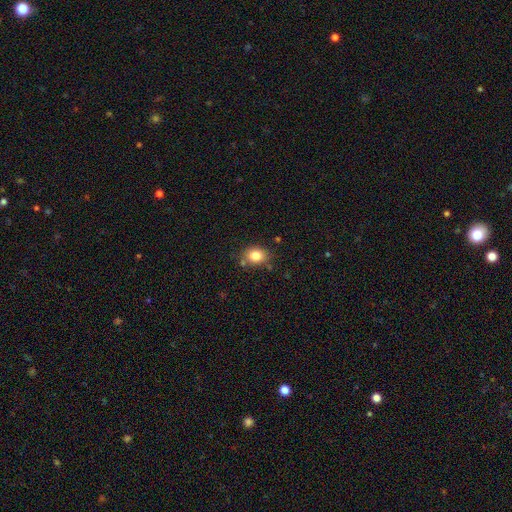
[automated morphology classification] Smooth or featured?
  - smooth: 82% *
  - star or artifact: 10%
  - featured or disk: 8%
How rounded?
  - round: 51% *
  - in between: 48%
  - cigar-shaped: 1%
Merging?
  - none: 77% *
  - minor disturbance: 14%
  - merger: 5%
  - major disturbance: 3%